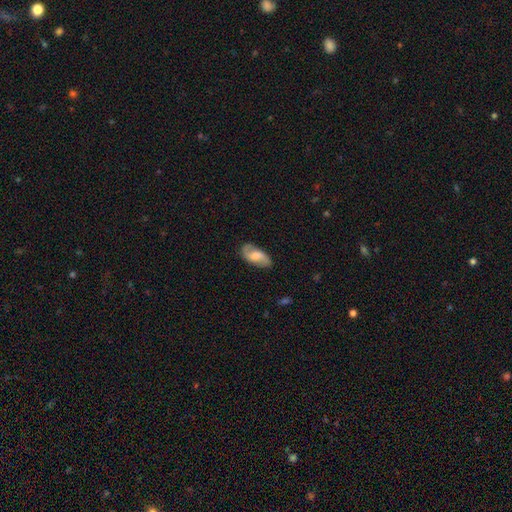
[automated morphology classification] A featured or disk galaxy (58%) with a weak bar (49%), spiral arms (90%) and a moderate central bulge (46%). Merging: none (79%).